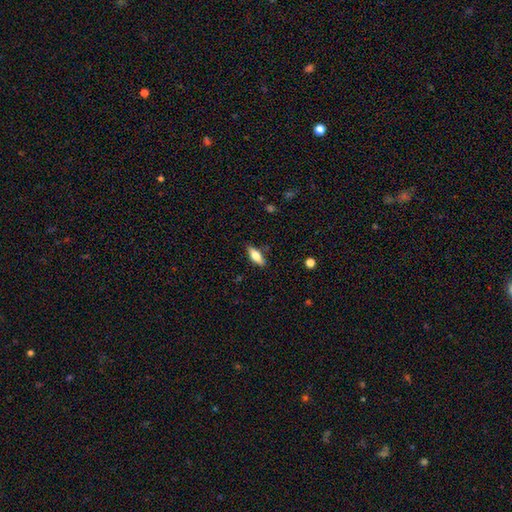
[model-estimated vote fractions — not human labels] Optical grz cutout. It shows a smooth galaxy with no disk features (64%) that is in between round and cigar-shaped (68%). Merging: none (85%).